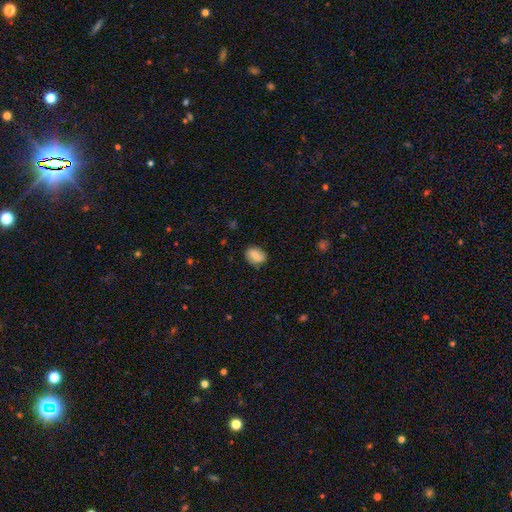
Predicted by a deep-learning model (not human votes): smooth 76%, featured or disk 16%, star or artifact 8%. Down the decision tree: how rounded — in between (59%); merging — none (80%).